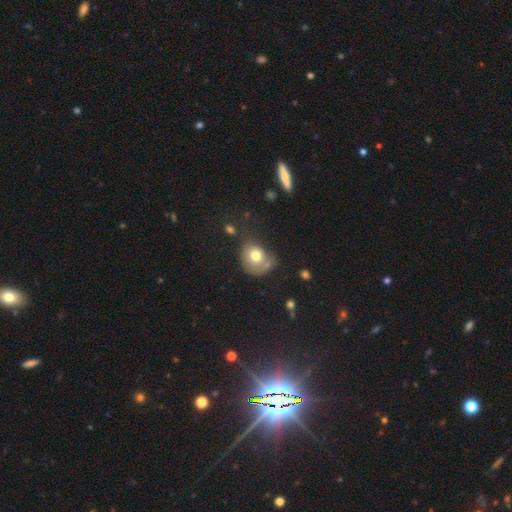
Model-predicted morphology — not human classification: Q: Smooth or featured?
A: smooth (71%); runner-up: featured or disk (20%)
Q: How rounded?
A: round (63%); runner-up: in between (36%)
Q: Merging?
A: none (38%); runner-up: minor disturbance (24%)